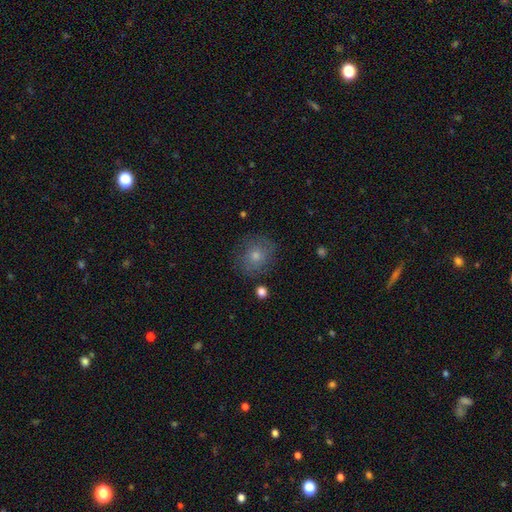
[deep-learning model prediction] smooth-or-featured: smooth: 54% | featured or disk: 27% | star or artifact: 19%
  how-rounded: round: 81% | in between: 18% | cigar-shaped: 1%
  merging: none: 81% | minor disturbance: 12% | major disturbance: 4% | merger: 2%